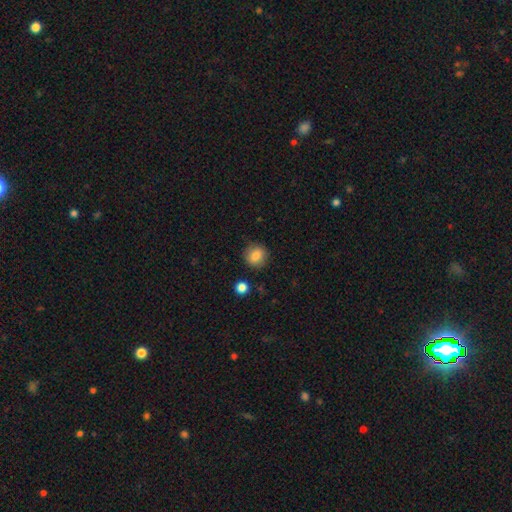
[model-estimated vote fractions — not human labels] smooth_or_featured: smooth (p=0.82) [alt: star or artifact p=0.09]
how_rounded: round (p=0.83) [alt: in between p=0.16]
merging: none (p=0.87) [alt: minor disturbance p=0.09]